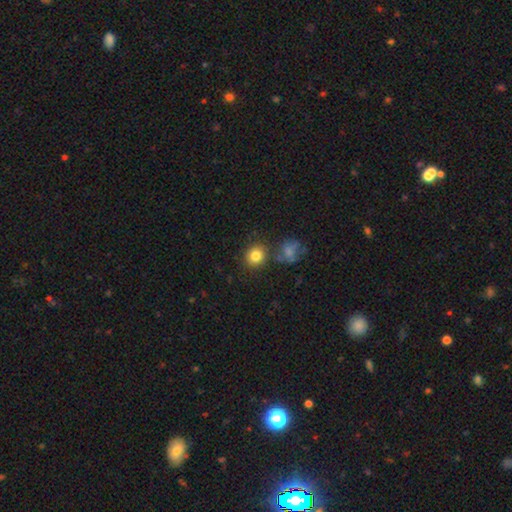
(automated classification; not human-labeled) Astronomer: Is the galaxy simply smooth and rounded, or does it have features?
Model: smooth — 82%.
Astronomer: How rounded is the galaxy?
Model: round — 84%.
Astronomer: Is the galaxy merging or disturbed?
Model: none — 77%.